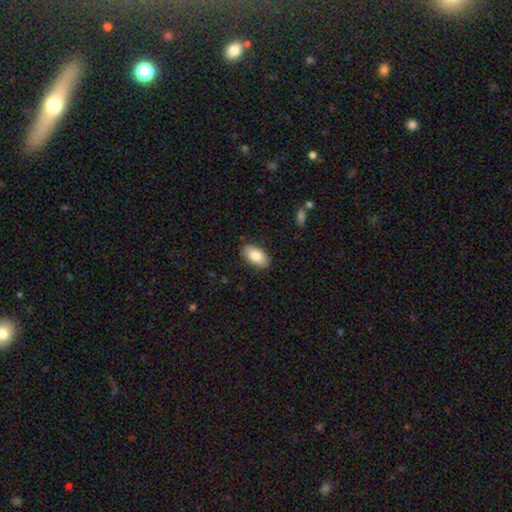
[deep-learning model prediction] Overall: smooth (84%). How rounded: in between (94%). Merging: none (87%).